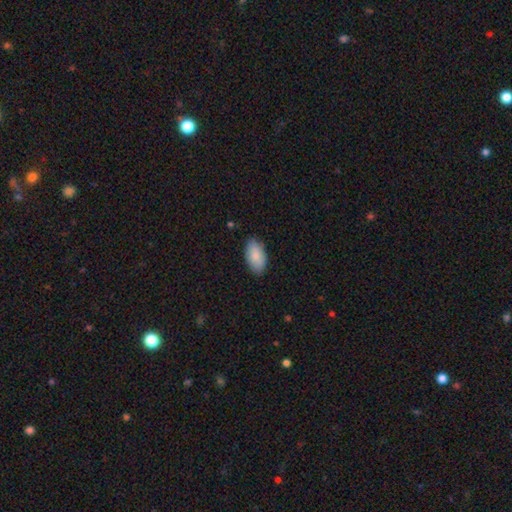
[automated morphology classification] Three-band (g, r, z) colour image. It shows a smooth galaxy with no disk features (87%) that is in between round and cigar-shaped (95%). Merging: none (84%).